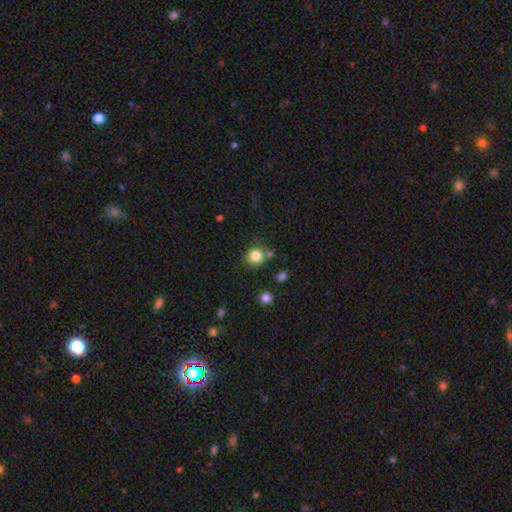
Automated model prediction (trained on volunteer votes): smooth-or-featured: smooth: 82% | star or artifact: 12% | featured or disk: 6%
  how-rounded: round: 84% | in between: 16% | cigar-shaped: 1%
  merging: none: 71% | minor disturbance: 14% | merger: 10% | major disturbance: 5%